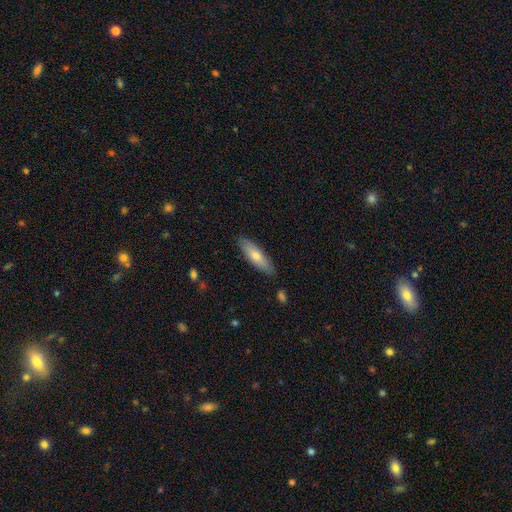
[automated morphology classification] smooth-or-featured: smooth: 64% | featured or disk: 30% | star or artifact: 6%
  how-rounded: cigar-shaped: 60% | in between: 39% | round: 2%
  merging: none: 86% | minor disturbance: 11% | major disturbance: 2% | merger: 2%